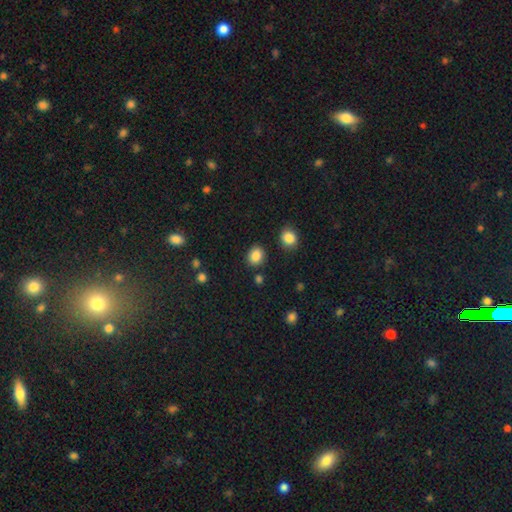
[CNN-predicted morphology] smooth_or_featured: smooth (p=0.86) [alt: star or artifact p=0.10]
how_rounded: round (p=0.62) [alt: in between p=0.37]
merging: none (p=0.85) [alt: minor disturbance p=0.09]